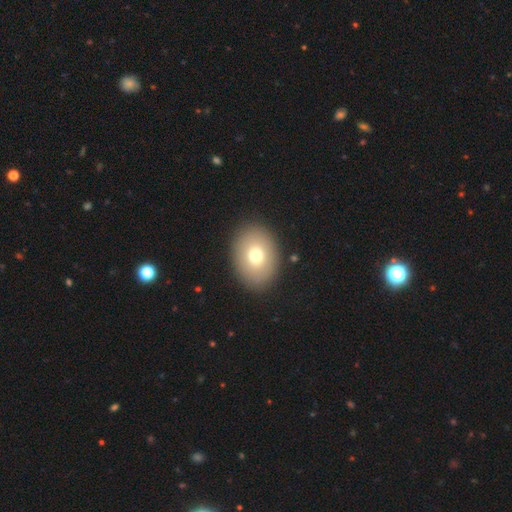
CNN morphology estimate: Smooth or featured? Predicted: smooth (p=0.74). How rounded? Predicted: in between (p=0.68). Merging? Predicted: none (p=0.88).